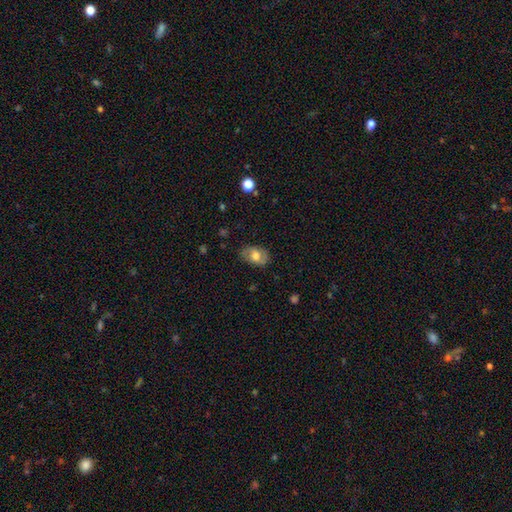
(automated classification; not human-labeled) This appears to be a smooth galaxy with no disk features (62%) that is in between round and cigar-shaped (86%). Merging: none (77%).